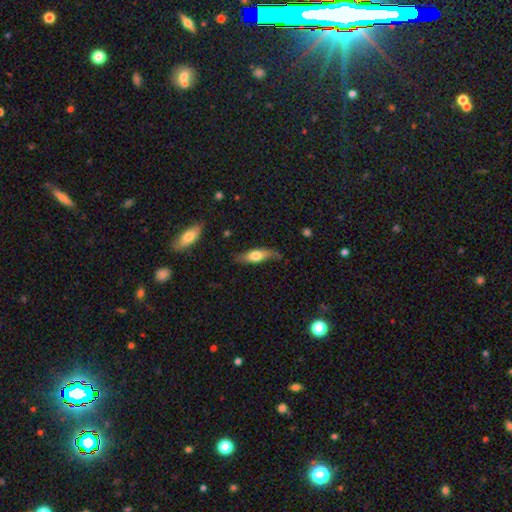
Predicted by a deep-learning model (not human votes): smooth_or_featured: smooth (p=0.55) [alt: featured or disk p=0.39]
how_rounded: cigar-shaped (p=0.51) [alt: in between p=0.45]
merging: none (p=0.67) [alt: minor disturbance p=0.25]